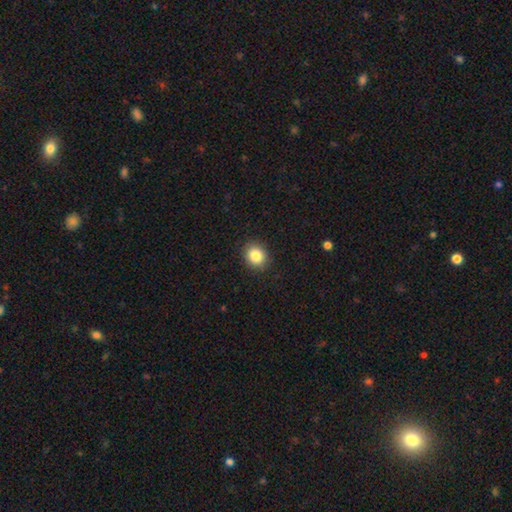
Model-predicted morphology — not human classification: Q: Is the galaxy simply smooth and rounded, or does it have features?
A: smooth — 86%.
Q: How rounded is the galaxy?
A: round — 71%.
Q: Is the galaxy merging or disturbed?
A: none — 90%.